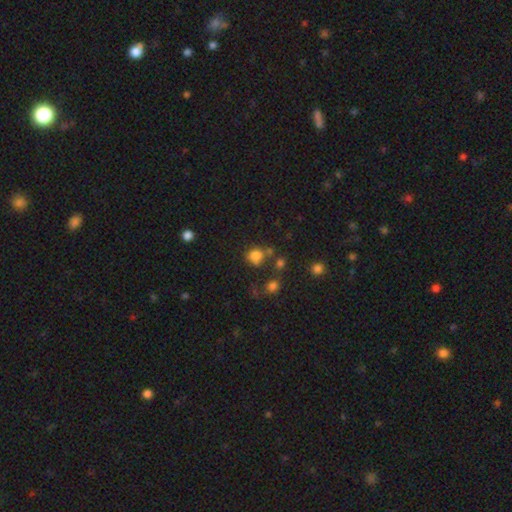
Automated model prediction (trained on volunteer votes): This appears to be a smooth galaxy with no disk features (79%) that is round (77%). Merging: none (62%).